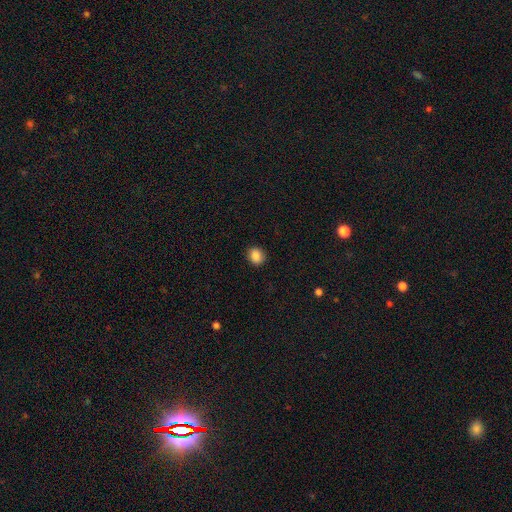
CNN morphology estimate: Overall: smooth (87%). How rounded: round (70%). Merging: none (90%).